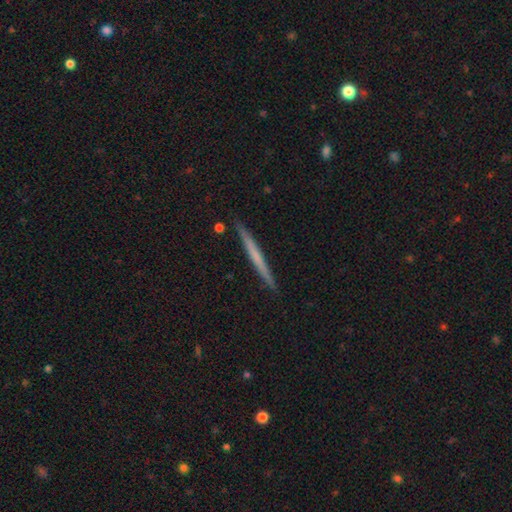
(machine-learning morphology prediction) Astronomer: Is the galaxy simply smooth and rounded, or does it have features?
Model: featured or disk — 49% (runner-up: smooth, 46%).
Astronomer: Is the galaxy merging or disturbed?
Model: none — 92%.